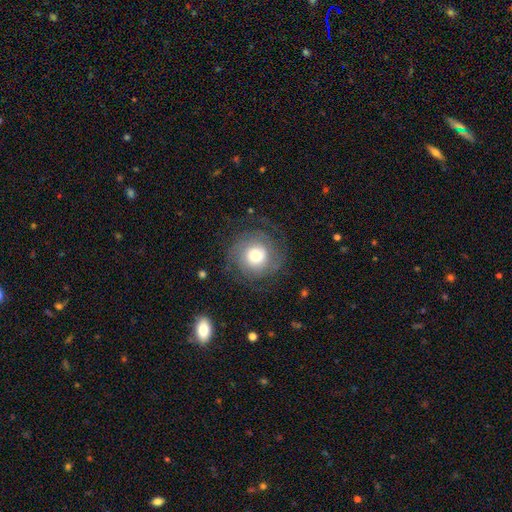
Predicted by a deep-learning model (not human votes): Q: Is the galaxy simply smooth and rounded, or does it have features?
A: featured or disk — 56%.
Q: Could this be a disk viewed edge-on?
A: no — 98%.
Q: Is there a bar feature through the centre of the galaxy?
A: no — 80%.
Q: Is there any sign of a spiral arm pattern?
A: yes — 84%.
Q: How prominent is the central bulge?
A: moderate — 44%.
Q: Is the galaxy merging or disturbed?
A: none — 74%.